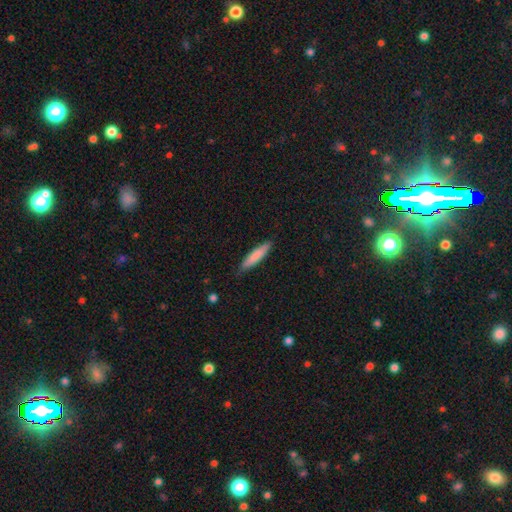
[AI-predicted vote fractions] The model was most divided on "smooth or featured": smooth: 80%, featured or disk: 14%, star or artifact: 5%. More confident: how rounded — cigar-shaped (85%); merging — none (82%).